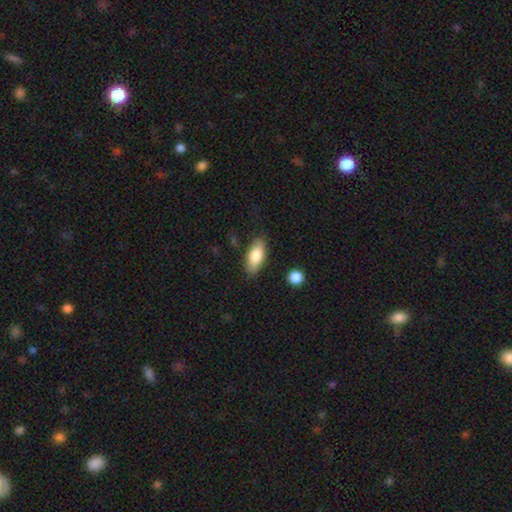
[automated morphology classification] smooth_or_featured: smooth (p=0.80) [alt: featured or disk p=0.14]
how_rounded: in between (p=0.80) [alt: cigar-shaped p=0.17]
merging: none (p=0.82) [alt: minor disturbance p=0.13]